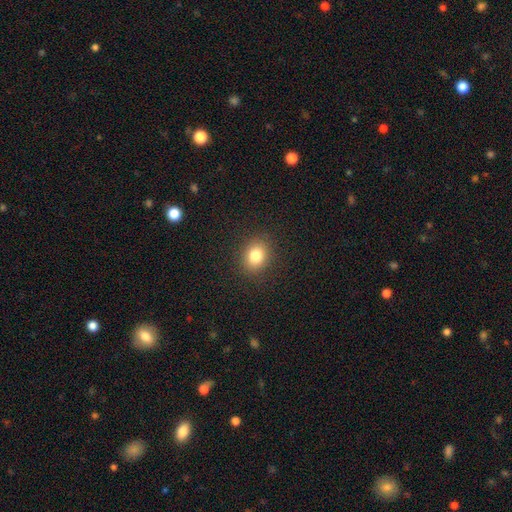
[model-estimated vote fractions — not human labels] smooth 81%, star or artifact 12%, featured or disk 8%. Down the decision tree: how rounded — round (56%); merging — none (89%).